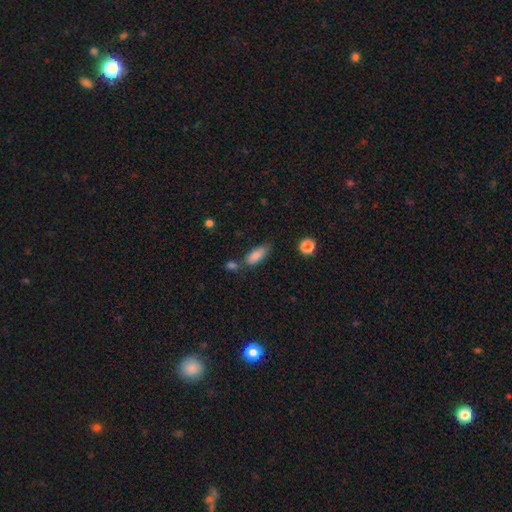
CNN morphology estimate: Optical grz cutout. It shows a smooth galaxy with no disk features (83%) that is in between round and cigar-shaped (77%). Merging: none (58%).